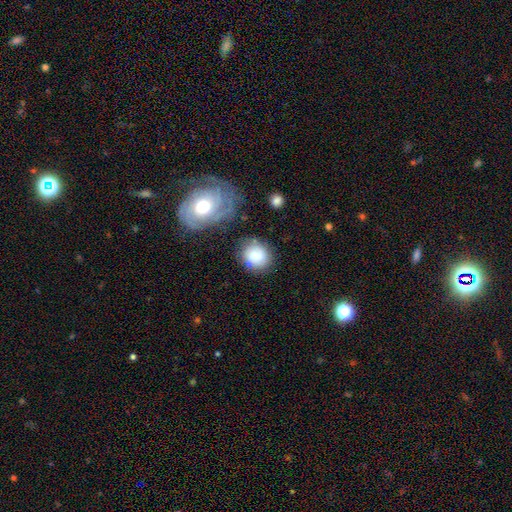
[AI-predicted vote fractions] Q: Smooth or featured?
A: smooth (80%); runner-up: featured or disk (12%)
Q: How rounded?
A: round (78%); runner-up: in between (21%)
Q: Merging?
A: none (74%); runner-up: minor disturbance (15%)